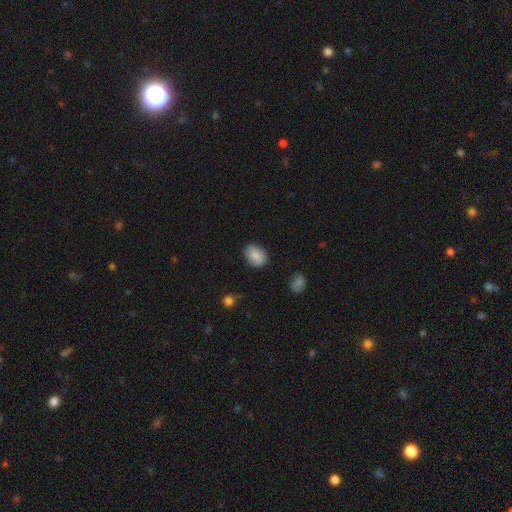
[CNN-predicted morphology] A smooth galaxy with no disk features (84%) that is in between round and cigar-shaped (69%). Merging: none (81%).